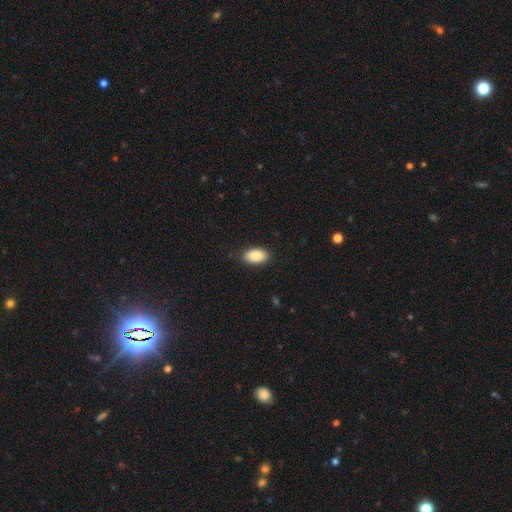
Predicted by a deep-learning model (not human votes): Q: Smooth or featured?
A: smooth (88%); runner-up: star or artifact (7%)
Q: How rounded?
A: in between (94%); runner-up: round (5%)
Q: Merging?
A: none (87%); runner-up: minor disturbance (10%)